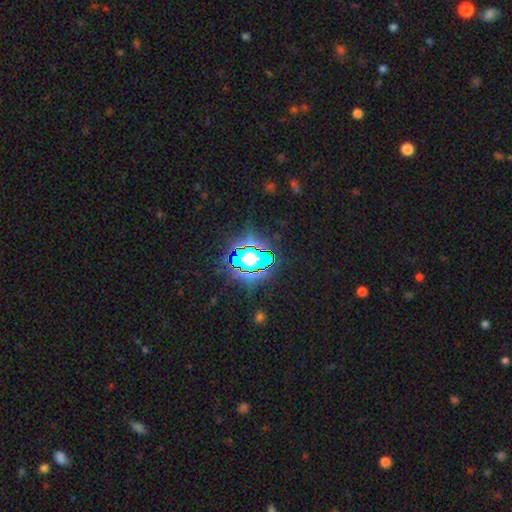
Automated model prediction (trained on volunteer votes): This is likely a star or artifact rather than a galaxy (77%).